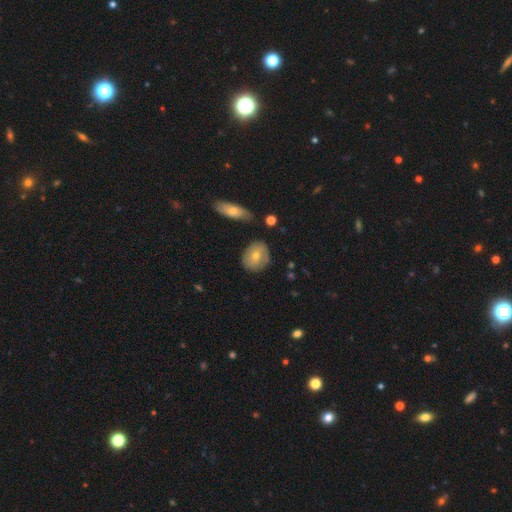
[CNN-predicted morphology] The model was most divided on "how rounded": round: 58%, in between: 40%, cigar-shaped: 2%. More confident: merging — none (75%); smooth or featured — smooth (58%).